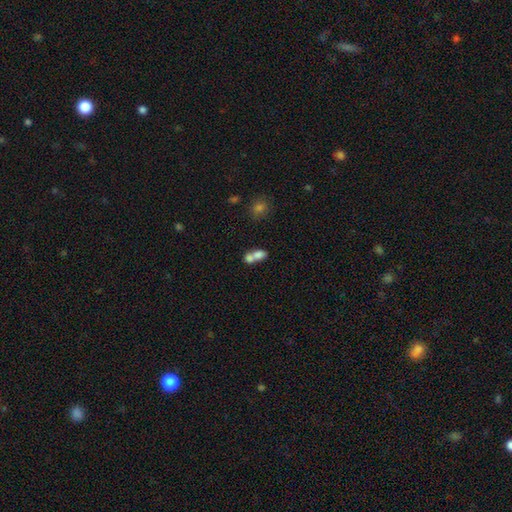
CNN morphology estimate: Smooth or featured? Predicted: smooth (p=0.75). How rounded? Predicted: in between (p=0.71). Merging? Predicted: merger (p=0.71).